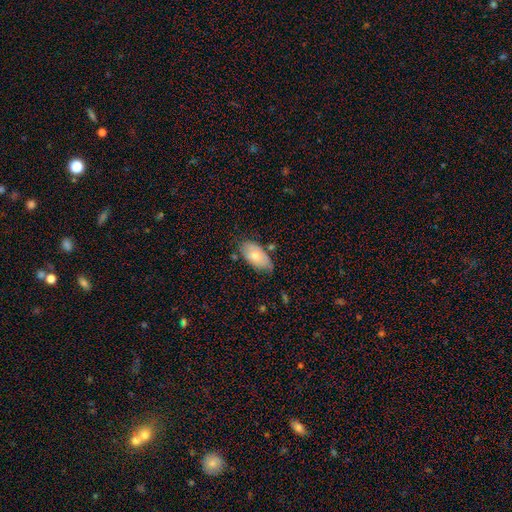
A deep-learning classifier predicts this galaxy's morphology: This appears to be a smooth galaxy with no disk features (74%) that is in between round and cigar-shaped (94%). Merging: none (65%).